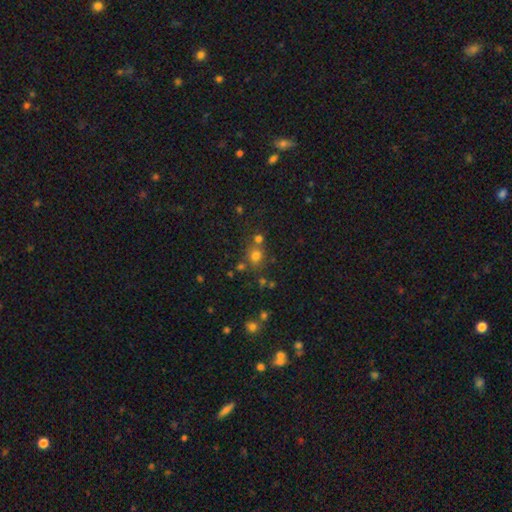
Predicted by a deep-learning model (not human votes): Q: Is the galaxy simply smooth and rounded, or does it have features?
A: smooth — 70%.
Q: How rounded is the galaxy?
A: round — 77%.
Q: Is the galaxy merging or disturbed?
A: none — 63%.